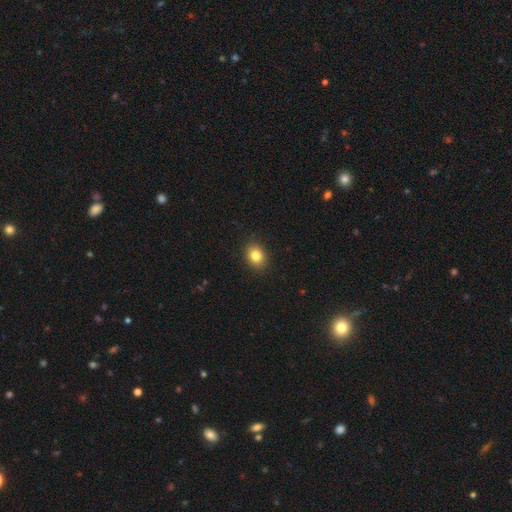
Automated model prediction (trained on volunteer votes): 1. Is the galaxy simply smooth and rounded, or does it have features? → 83% smooth, 10% star or artifact, 7% featured or disk.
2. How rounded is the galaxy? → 52% in between, 47% round, 1% cigar-shaped.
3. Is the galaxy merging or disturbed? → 90% none, 8% minor disturbance, 2% major disturbance, 1% merger.